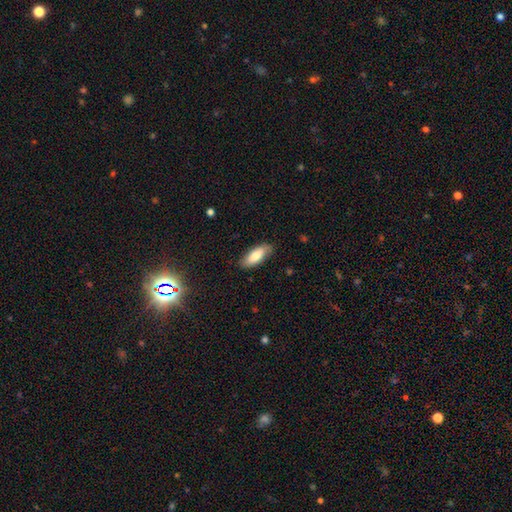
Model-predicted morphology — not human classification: Smooth or featured? Predicted: smooth (p=0.77). How rounded? Predicted: in between (p=0.79). Merging? Predicted: none (p=0.83).